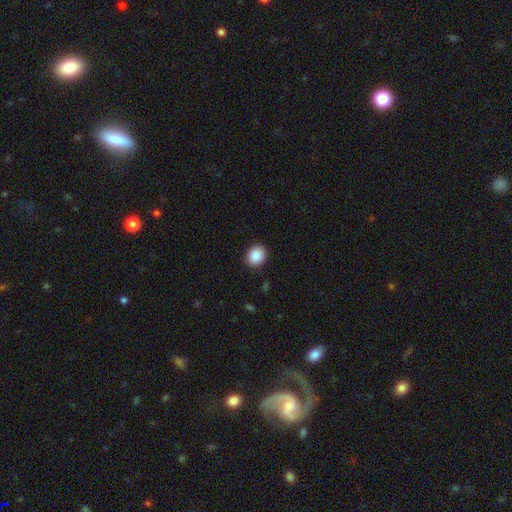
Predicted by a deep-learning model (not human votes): Smooth or featured? Predicted: smooth (p=0.87). How rounded? Predicted: round (p=0.66). Merging? Predicted: none (p=0.91).